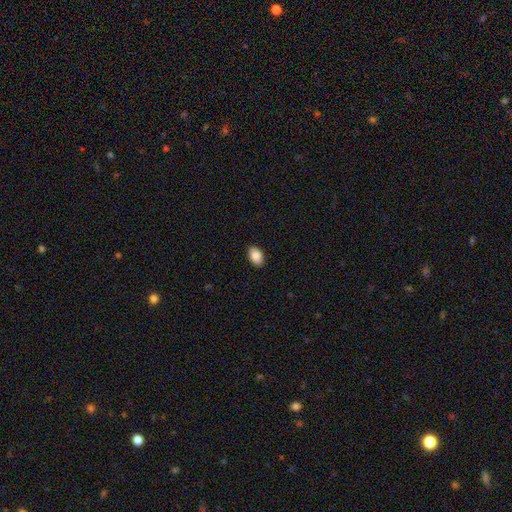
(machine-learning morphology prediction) The model was most divided on "merging": none: 88%, minor disturbance: 9%, major disturbance: 2%, merger: 1%. More confident: how rounded — in between (91%); smooth or featured — smooth (89%).